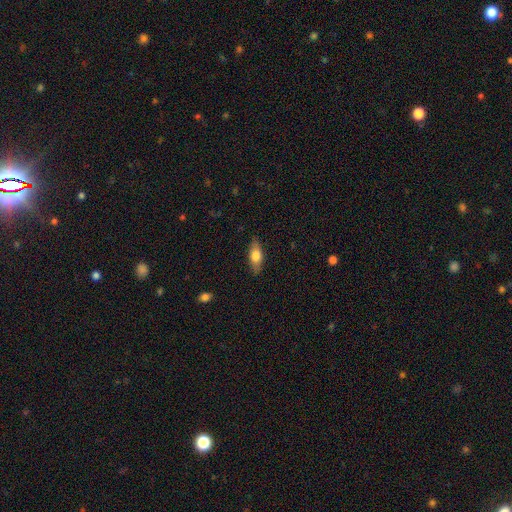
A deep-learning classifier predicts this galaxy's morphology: A smooth galaxy with no disk features (68%) that is in between round and cigar-shaped (74%). Merging: none (84%).